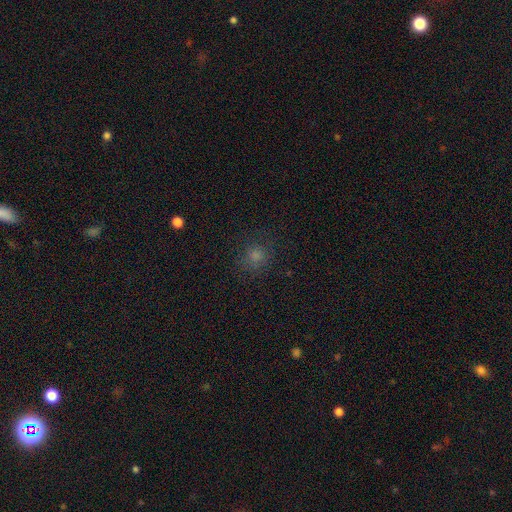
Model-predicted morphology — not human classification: The model was most divided on "smooth or featured": smooth: 73%, star or artifact: 20%, featured or disk: 7%. More confident: how rounded — round (85%); merging — none (81%).